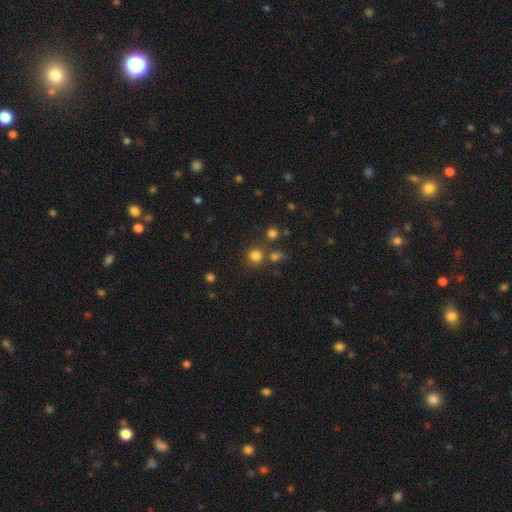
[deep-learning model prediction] Smooth or featured?
  - smooth: 79% *
  - star or artifact: 16%
  - featured or disk: 5%
How rounded?
  - round: 89% *
  - in between: 10%
  - cigar-shaped: 1%
Merging?
  - none: 71% *
  - merger: 16%
  - minor disturbance: 9%
  - major disturbance: 4%